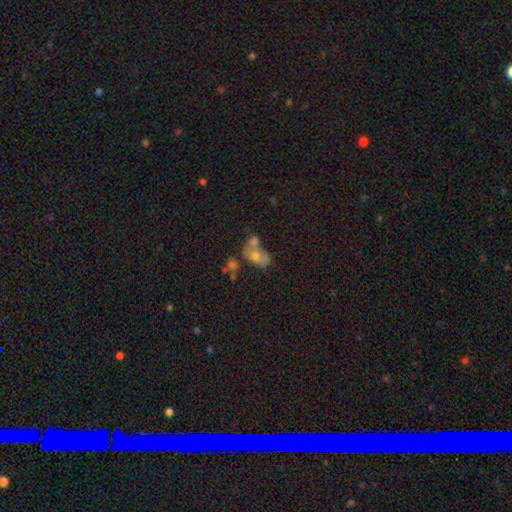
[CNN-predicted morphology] Smooth or featured?
  - smooth: 55% *
  - featured or disk: 30%
  - star or artifact: 15%
How rounded?
  - in between: 72% *
  - round: 26%
  - cigar-shaped: 2%
Merging?
  - merger: 53% *
  - none: 24%
  - minor disturbance: 13%
  - major disturbance: 11%